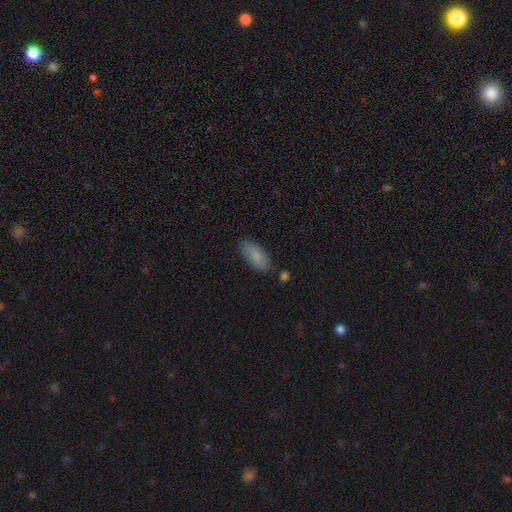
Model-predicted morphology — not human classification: smooth-or-featured: smooth: 86% | featured or disk: 8% | star or artifact: 7%
  how-rounded: in between: 85% | cigar-shaped: 13% | round: 2%
  merging: none: 81% | minor disturbance: 13% | merger: 4% | major disturbance: 3%